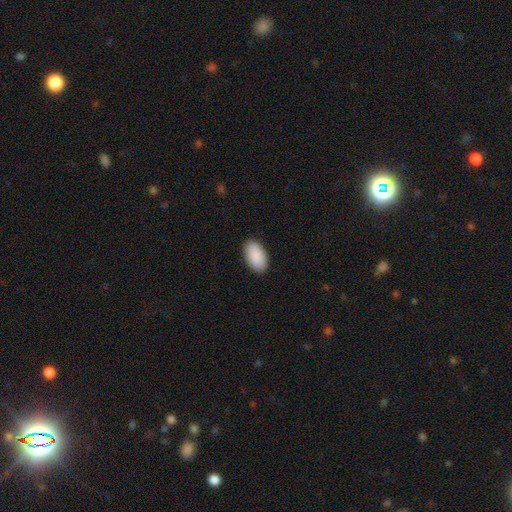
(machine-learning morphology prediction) This appears to be a smooth galaxy with no disk features (91%) that is in between round and cigar-shaped (96%). Merging: none (89%).